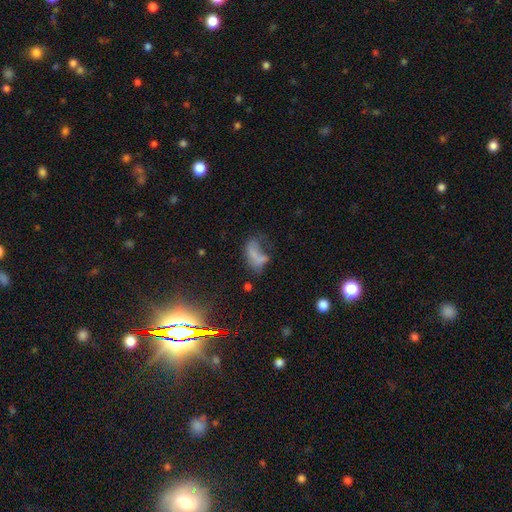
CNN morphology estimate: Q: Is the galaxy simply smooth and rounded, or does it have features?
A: smooth — 53%.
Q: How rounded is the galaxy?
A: in between — 87%.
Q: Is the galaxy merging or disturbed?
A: major disturbance — 41%.